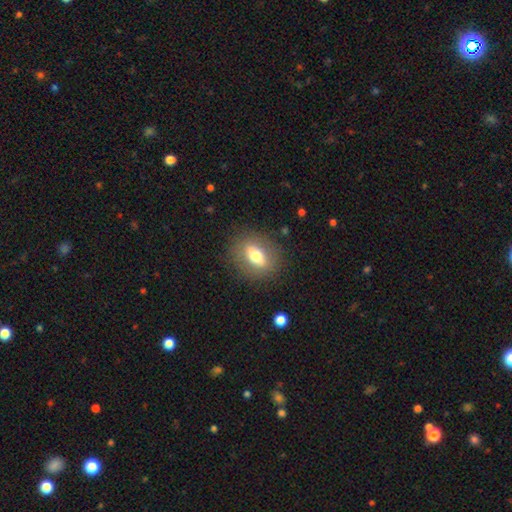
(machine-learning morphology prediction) Smooth or featured? smooth (61%)
How rounded? in between (67%)
Merging? none (84%)